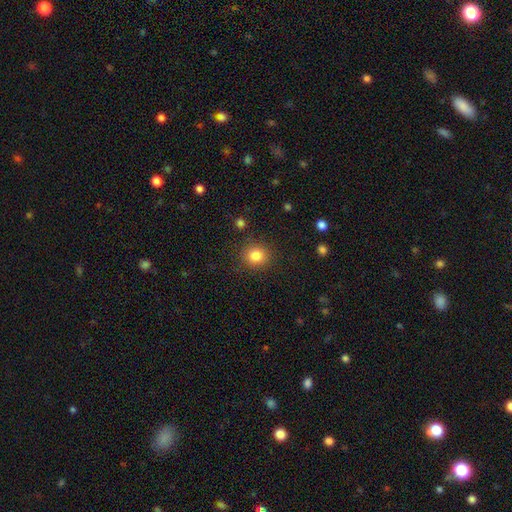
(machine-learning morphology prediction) Smooth or featured? Predicted: smooth (p=0.84). How rounded? Predicted: round (p=0.87). Merging? Predicted: none (p=0.87).